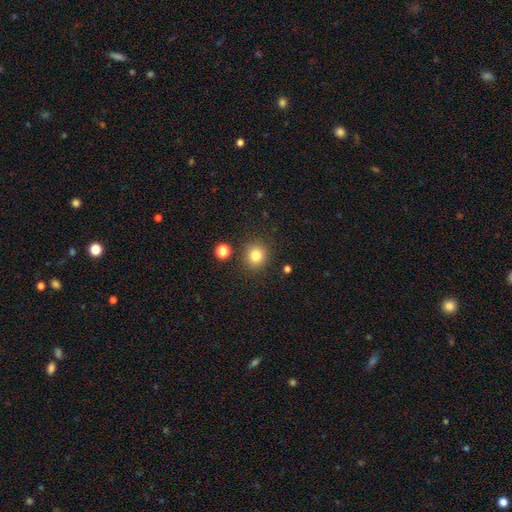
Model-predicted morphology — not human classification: A smooth galaxy with no disk features (81%) that is round (88%).

Vote fractions:
- Smooth or featured? smooth: 81% / star or artifact: 12% / featured or disk: 6%
- How rounded? round: 88% / in between: 11% / cigar-shaped: 1%
- Merging? none: 85% / minor disturbance: 8% / merger: 4% / major disturbance: 3%